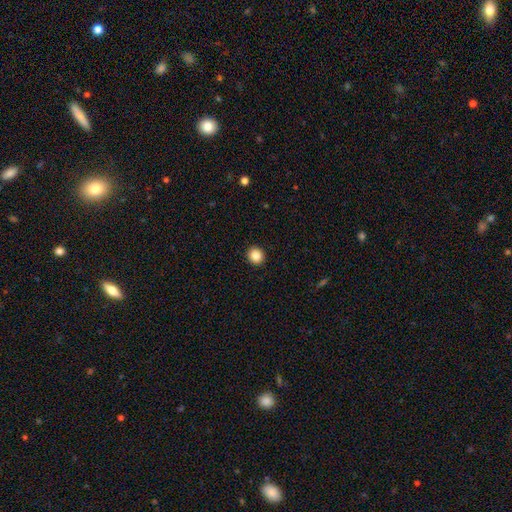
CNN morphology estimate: The model was most divided on "smooth or featured": smooth: 85%, star or artifact: 10%, featured or disk: 5%. More confident: merging — none (93%); how rounded — round (89%).